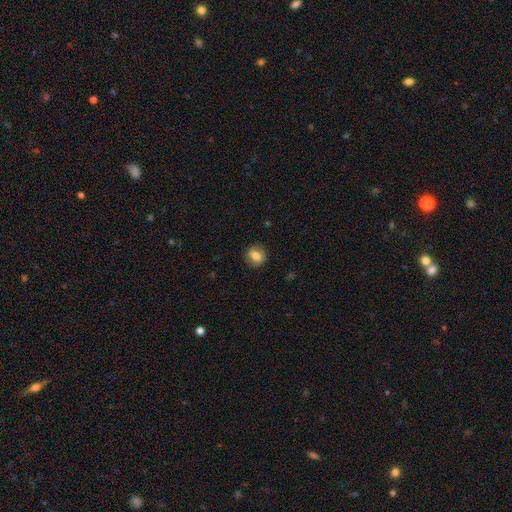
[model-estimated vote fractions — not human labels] Smooth or featured? Predicted: smooth (p=0.75). How rounded? Predicted: round (p=0.55). Merging? Predicted: none (p=0.84).